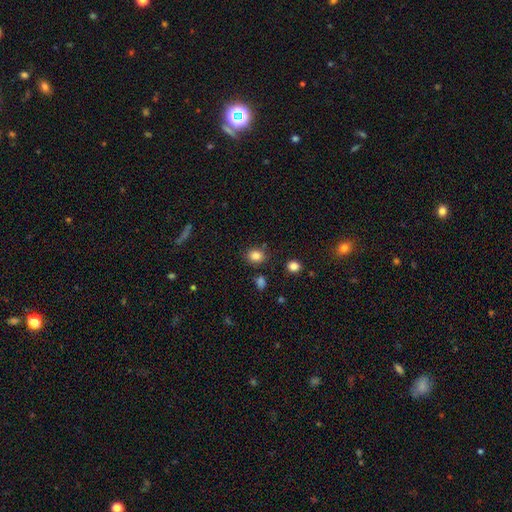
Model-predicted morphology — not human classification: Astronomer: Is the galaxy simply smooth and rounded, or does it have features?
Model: smooth — 84%.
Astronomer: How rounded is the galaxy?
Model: round — 58% (runner-up: in between, 41%).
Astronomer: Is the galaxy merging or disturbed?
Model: none — 80%.